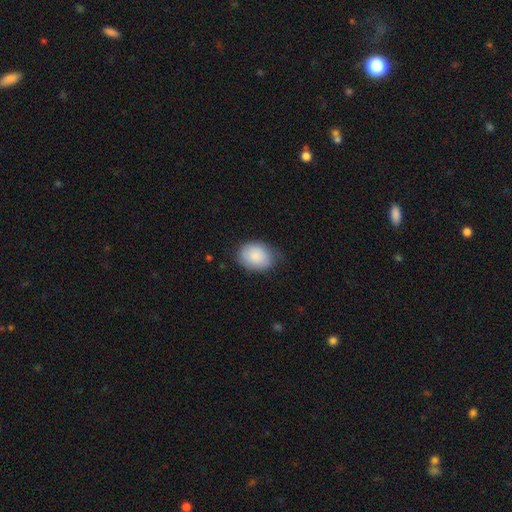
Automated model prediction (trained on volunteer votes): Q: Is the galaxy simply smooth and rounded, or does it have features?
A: smooth — 85%.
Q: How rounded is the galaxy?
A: in between — 69%.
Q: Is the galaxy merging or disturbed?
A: none — 65%.